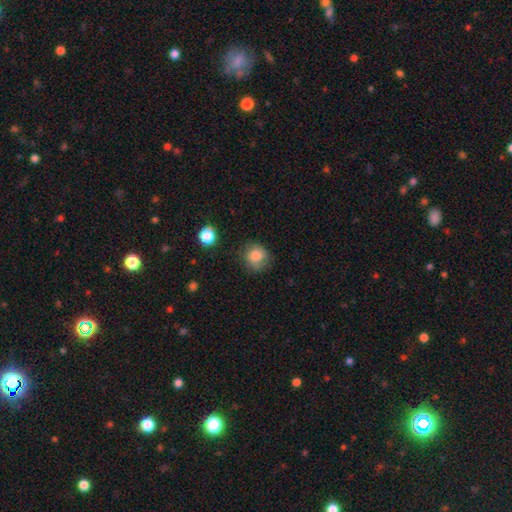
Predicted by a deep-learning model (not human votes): smooth 80%, featured or disk 11%, star or artifact 10%. Down the decision tree: how rounded — round (86%); merging — none (70%).